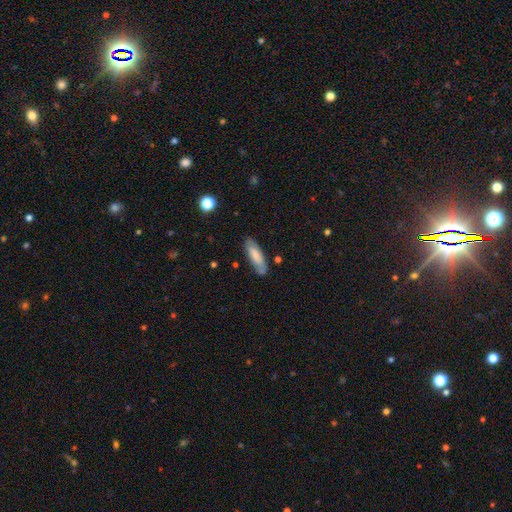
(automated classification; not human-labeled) smooth_or_featured: smooth (p=0.70) [alt: featured or disk p=0.24]
how_rounded: in between (p=0.50) [alt: cigar-shaped p=0.49]
merging: none (p=0.78) [alt: minor disturbance p=0.16]